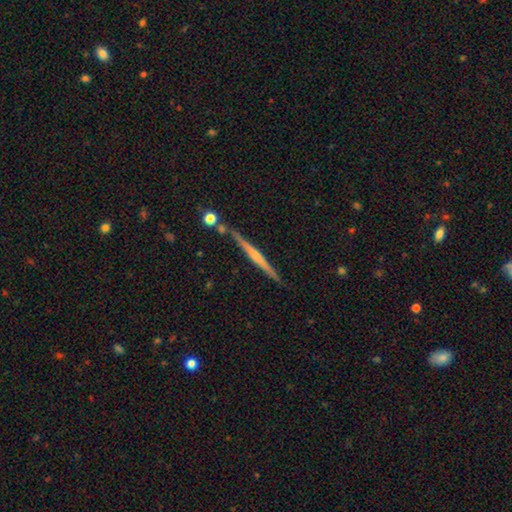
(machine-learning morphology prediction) featured or disk 66%, smooth 28%, star or artifact 7%. Down the decision tree: edge-on disk — yes (98%); edge-on bulge — none (47%); merging — none (84%).